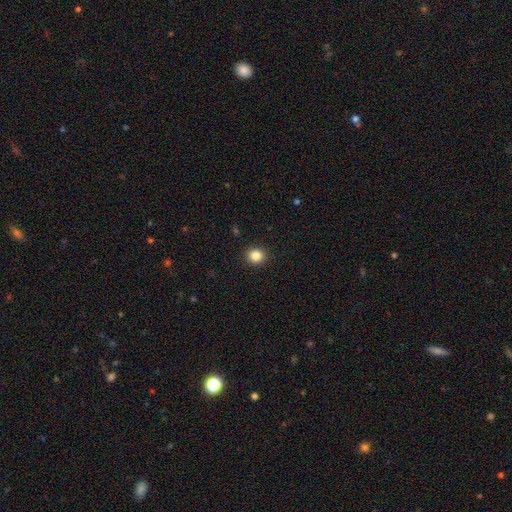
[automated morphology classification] smooth-or-featured: smooth: 84% | star or artifact: 11% | featured or disk: 5%
  how-rounded: round: 87% | in between: 12% | cigar-shaped: 1%
  merging: none: 92% | minor disturbance: 5% | major disturbance: 2% | merger: 1%